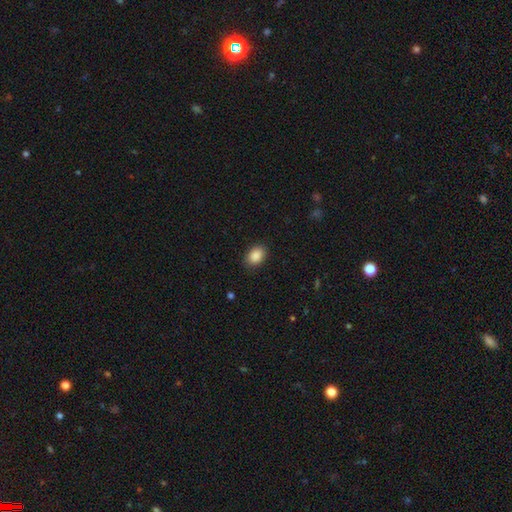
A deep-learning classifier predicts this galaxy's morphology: Overall: smooth (89%). How rounded: in between (77%). Merging: none (87%).